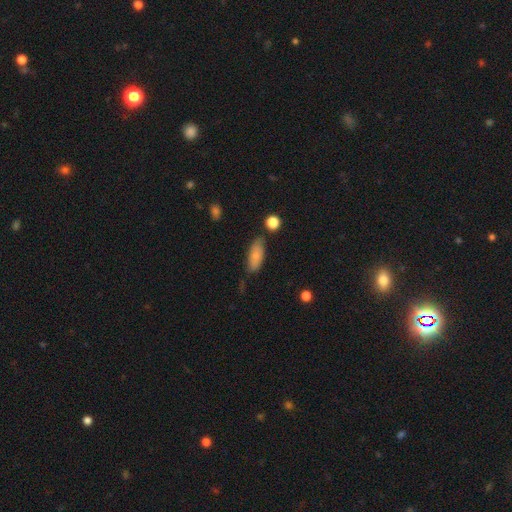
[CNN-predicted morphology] Overall: smooth (78%). How rounded: in between (79%). Merging: none (69%).